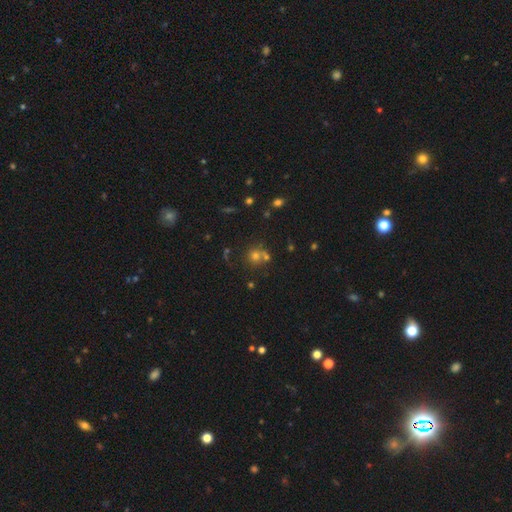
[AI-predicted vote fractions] Smooth or featured? Predicted: smooth (p=0.60). How rounded? Predicted: round (p=0.87). Merging? Predicted: none (p=0.57).